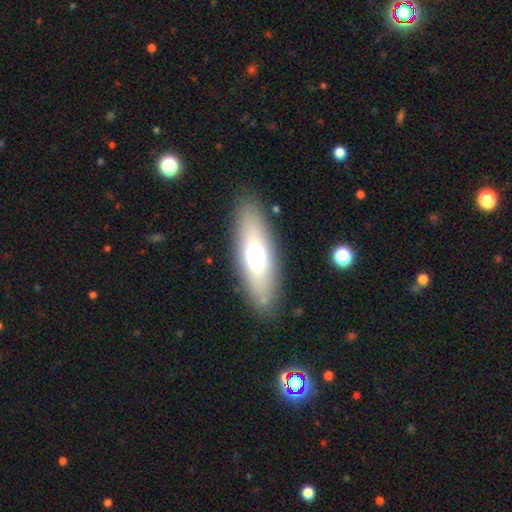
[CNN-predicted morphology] This is possibly a smooth galaxy (53%). How rounded: likely in between (62%). Merging: clearly none (85%).